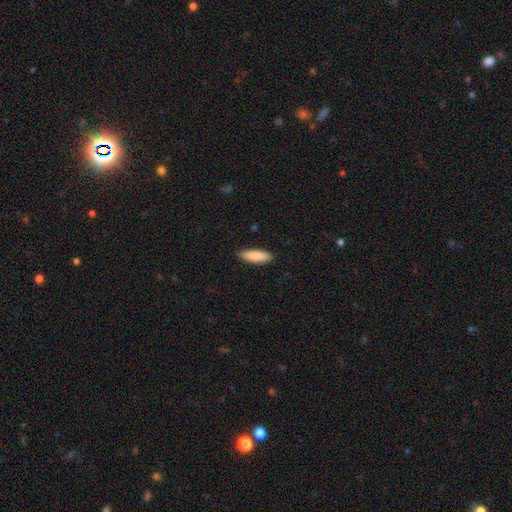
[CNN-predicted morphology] A smooth galaxy with no disk features (89%) that is in between round and cigar-shaped (49%, tied with cigar-shaped). Merging: none (89%).